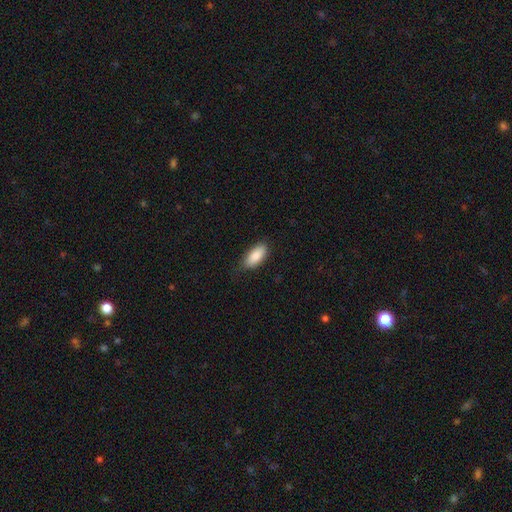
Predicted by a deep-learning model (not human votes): smooth 86%, featured or disk 8%, star or artifact 6%. Down the decision tree: how rounded — in between (87%); merging — none (78%).